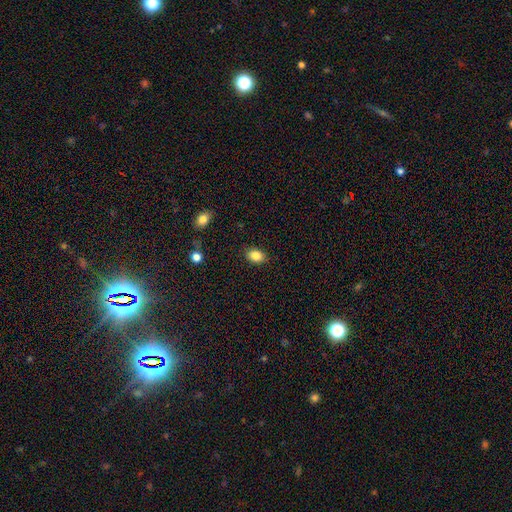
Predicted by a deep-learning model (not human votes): Smooth or featured? smooth (85%)
How rounded? in between (77%)
Merging? none (87%)